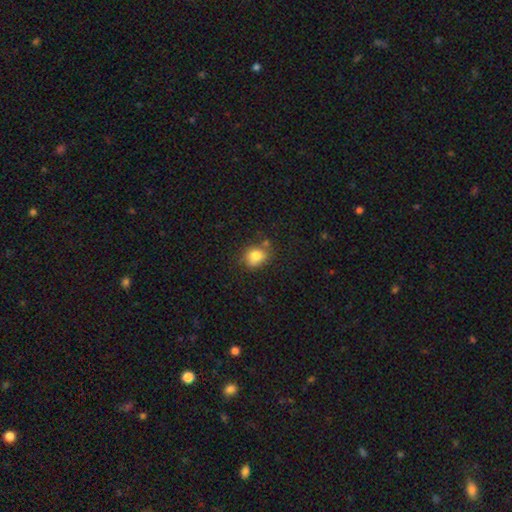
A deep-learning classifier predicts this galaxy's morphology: Q: Smooth or featured?
A: smooth (79%); runner-up: star or artifact (10%)
Q: How rounded?
A: round (55%); runner-up: in between (44%)
Q: Merging?
A: none (61%); runner-up: minor disturbance (22%)